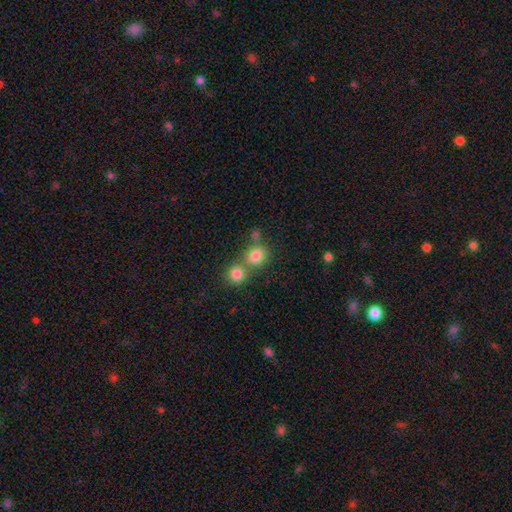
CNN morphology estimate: Smooth or featured? smooth (80%)
How rounded? round (82%)
Merging? none (49%)